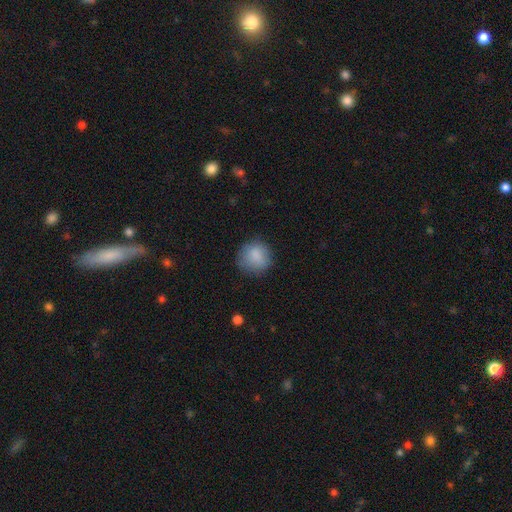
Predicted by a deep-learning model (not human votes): Smooth or featured: smooth — 85% (star or artifact — 8%)
How rounded: round — 87% (in between — 12%)
Merging: none — 77% (minor disturbance — 16%)